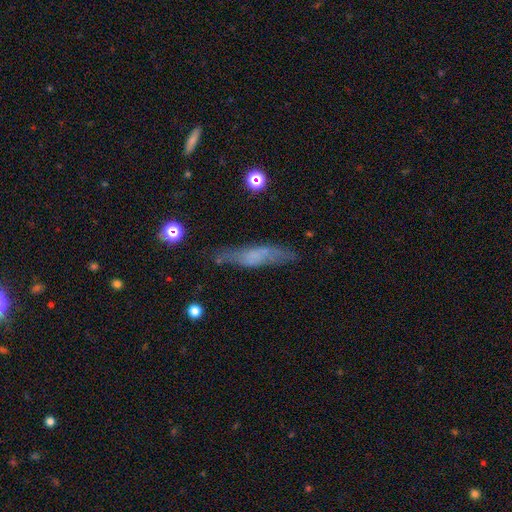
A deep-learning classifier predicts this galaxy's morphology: Q: Smooth or featured?
A: smooth (48%); runner-up: featured or disk (42%)
Q: Merging?
A: none (72%); runner-up: minor disturbance (19%)